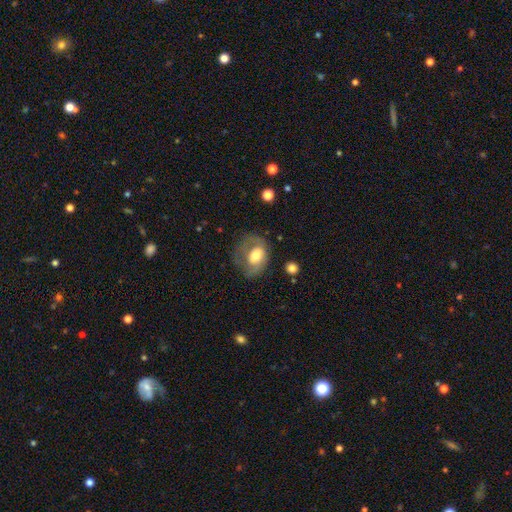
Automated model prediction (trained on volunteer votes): Smooth or featured: smooth — 52% (featured or disk — 40%)
How rounded: in between — 56% (round — 43%)
Merging: none — 43% (major disturbance — 28%)